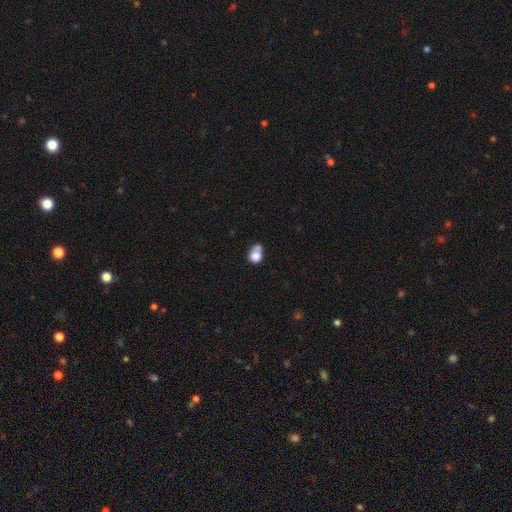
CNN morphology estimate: Smooth or featured?
  - smooth: 78% *
  - featured or disk: 12%
  - star or artifact: 10%
How rounded?
  - round: 58% *
  - in between: 41%
  - cigar-shaped: 1%
Merging?
  - merger: 35% * (tied)
  - none: 35% * (tied)
  - minor disturbance: 20%
  - major disturbance: 10%